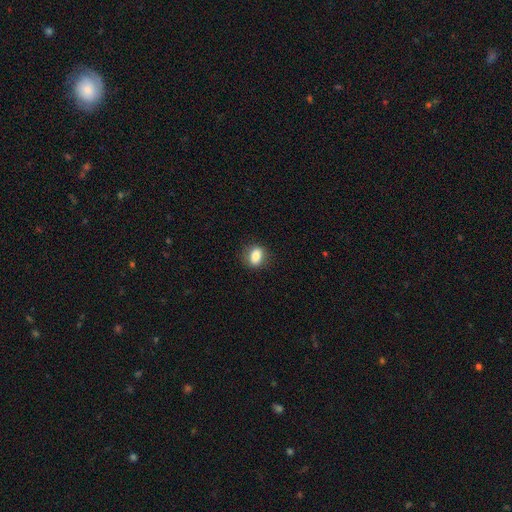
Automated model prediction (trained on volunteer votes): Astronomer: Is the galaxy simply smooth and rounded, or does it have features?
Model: smooth — 83%.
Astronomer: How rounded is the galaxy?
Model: in between — 69%.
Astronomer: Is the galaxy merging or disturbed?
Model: none — 82%.